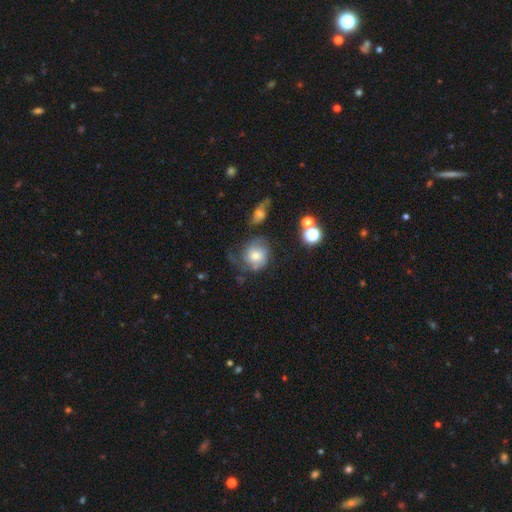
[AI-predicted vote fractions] Smooth or featured? featured or disk (63%)
Edge-on disk? no (97%)
Bar? no (74%)
Spiral arms? yes (89%)
Spiral winding? tight (39%)
Spiral arm count? 2 (45%)
Bulge size? moderate (55%)
Merging? none (45%)